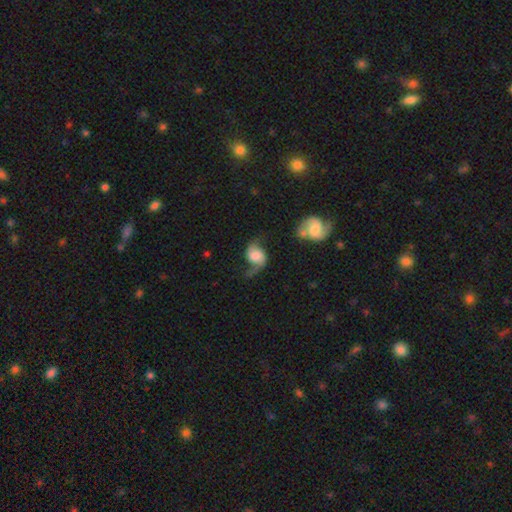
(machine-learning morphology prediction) Smooth or featured? Predicted: featured or disk (p=0.68). Edge-on disk? Predicted: no (p=0.97). Bar? Predicted: no (p=0.53). Spiral arms? Predicted: yes (p=0.92). Spiral winding? Predicted: loose (p=0.71). Spiral arm count? Predicted: 2 (p=0.78). Bulge size? Predicted: large (p=0.29). Merging? Predicted: none (p=0.45).